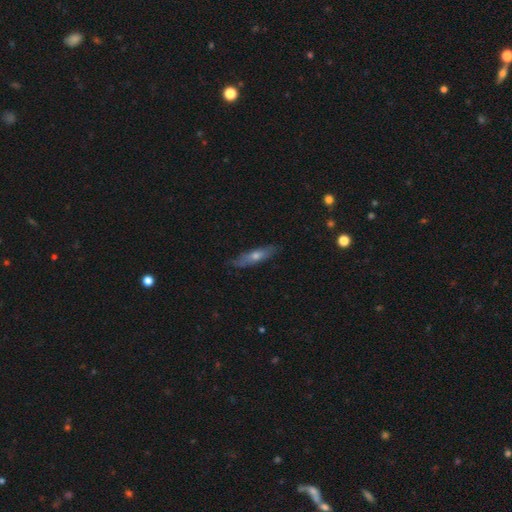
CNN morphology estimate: Smooth or featured? Predicted: featured or disk (p=0.50). Merging? Predicted: none (p=0.80).